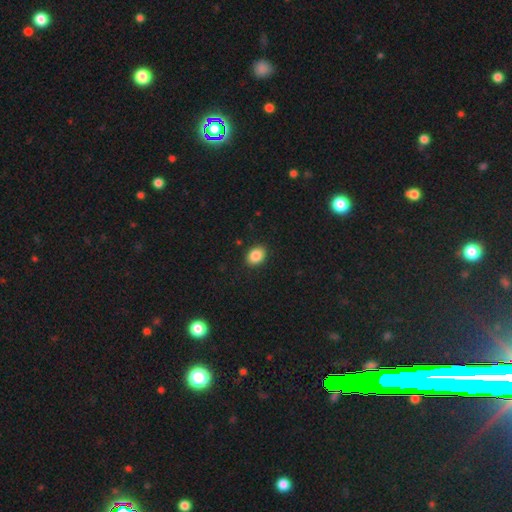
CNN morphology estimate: This is clearly a smooth galaxy (87%). How rounded: likely in between (66%). Merging: clearly none (89%).